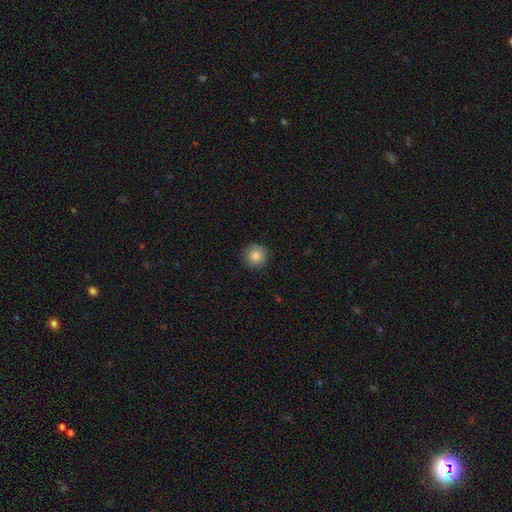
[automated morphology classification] smooth-or-featured: smooth: 85% | star or artifact: 9% | featured or disk: 6%
  how-rounded: round: 95% | in between: 4% | cigar-shaped: 1%
  merging: none: 90% | minor disturbance: 7% | major disturbance: 2% | merger: 1%